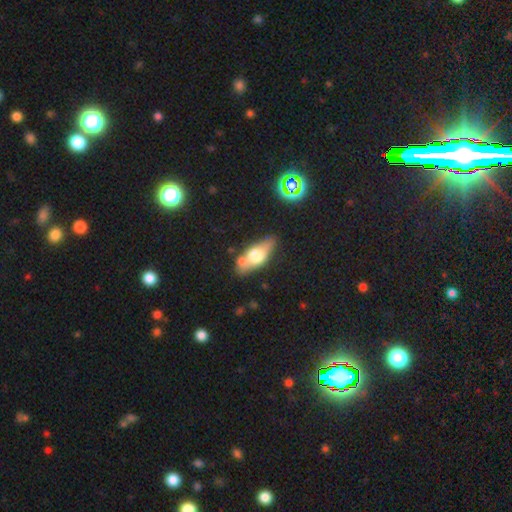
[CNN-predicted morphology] smooth-or-featured: smooth: 56% | featured or disk: 36% | star or artifact: 8%
  how-rounded: in between: 72% | cigar-shaped: 22% | round: 5%
  merging: none: 63% | minor disturbance: 18% | merger: 13% | major disturbance: 5%